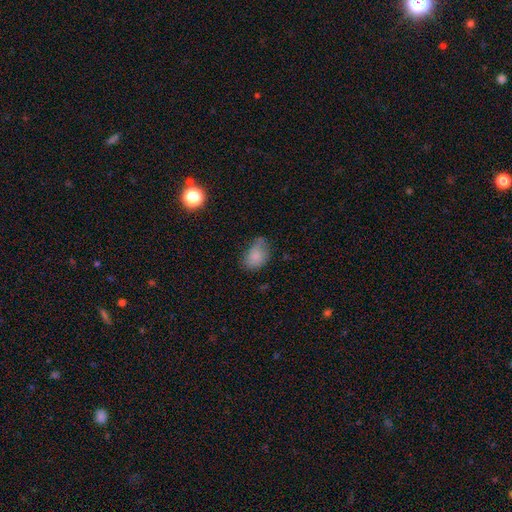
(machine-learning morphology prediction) This appears to be a smooth galaxy with no disk features (78%) that is in between round and cigar-shaped (81%). Merging: none (47%).